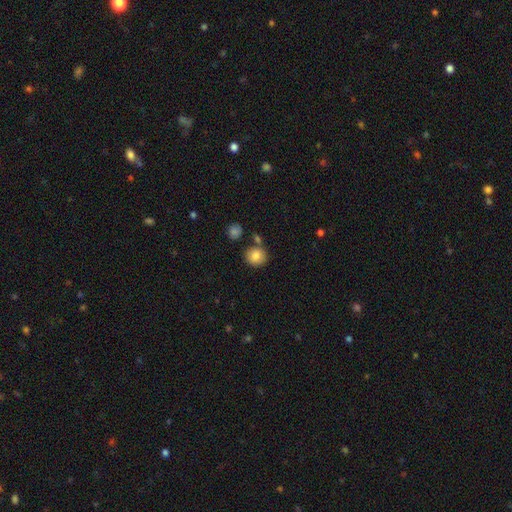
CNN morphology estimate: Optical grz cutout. It shows a smooth galaxy with no disk features (84%) that is round (85%). Merging: none (75%).